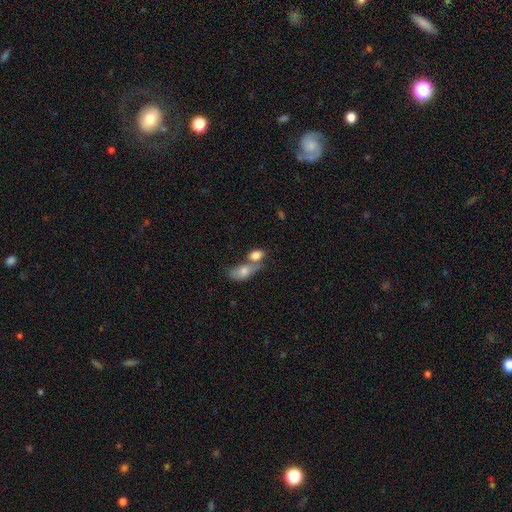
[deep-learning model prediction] This is likely a smooth galaxy (79%). How rounded: likely in between (80%). Merging: likely merger (62%).